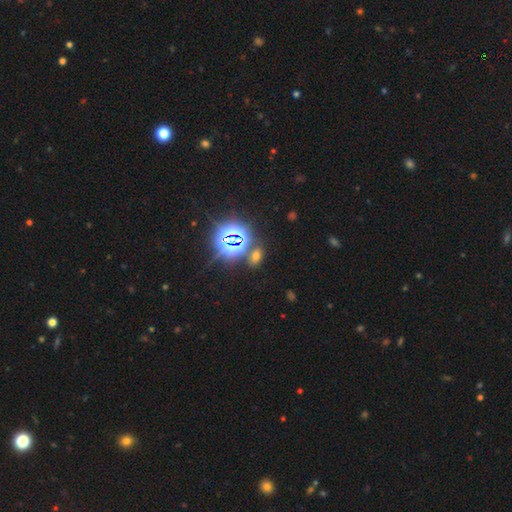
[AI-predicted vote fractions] Smooth or featured: star or artifact — 49% (smooth — 42%)